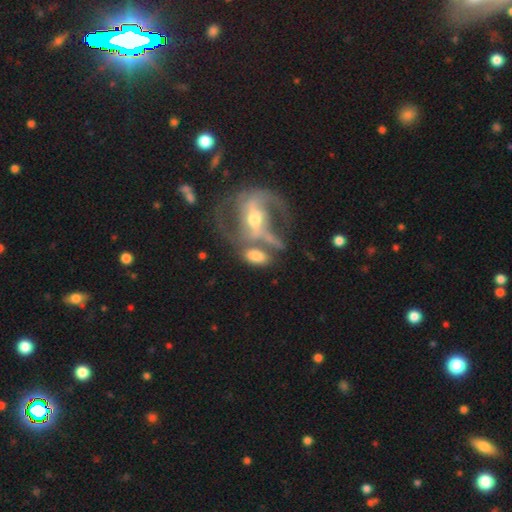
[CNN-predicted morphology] This appears to be a featured or disk galaxy (58%). Merging: none (42%).